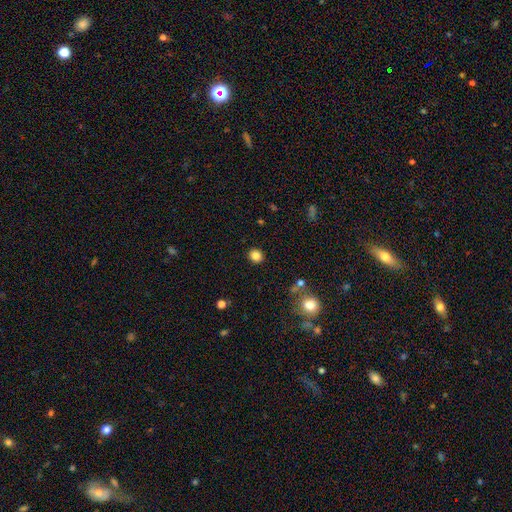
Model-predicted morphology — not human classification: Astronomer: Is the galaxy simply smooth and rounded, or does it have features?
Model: smooth — 83%.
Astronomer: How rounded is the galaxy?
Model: round — 79%.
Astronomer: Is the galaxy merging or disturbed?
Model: none — 90%.